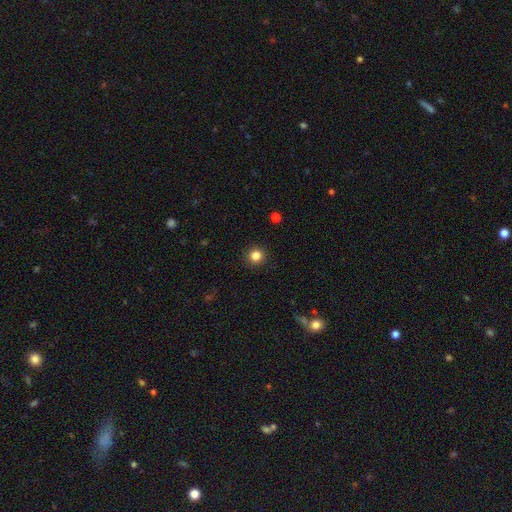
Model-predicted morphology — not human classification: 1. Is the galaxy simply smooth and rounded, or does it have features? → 84% smooth, 12% star or artifact, 4% featured or disk.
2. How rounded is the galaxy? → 94% round, 5% in between, 1% cigar-shaped.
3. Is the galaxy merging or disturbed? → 92% none, 5% minor disturbance, 2% major disturbance, 1% merger.